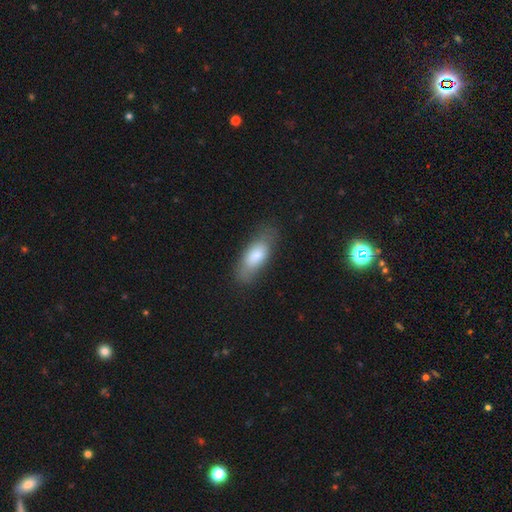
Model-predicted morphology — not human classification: smooth_or_featured: smooth (p=0.78) [alt: featured or disk p=0.15]
how_rounded: in between (p=0.80) [alt: cigar-shaped p=0.17]
merging: none (p=0.67) [alt: minor disturbance p=0.23]